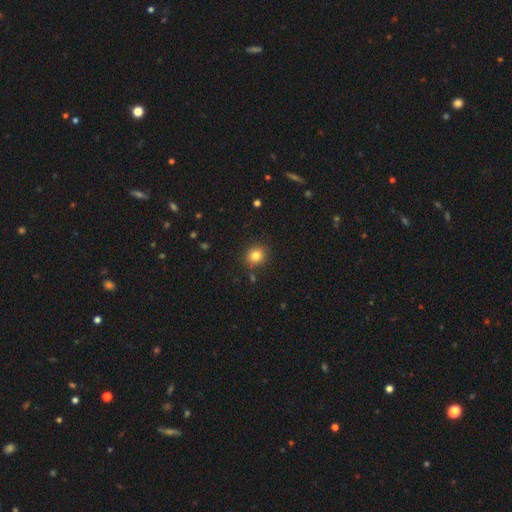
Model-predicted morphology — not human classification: A smooth galaxy with no disk features (81%) that is round (75%).

Vote fractions:
- Smooth or featured? smooth: 81% / star or artifact: 12% / featured or disk: 7%
- How rounded? round: 75% / in between: 24% / cigar-shaped: 1%
- Merging? none: 85% / minor disturbance: 10% / merger: 3% / major disturbance: 2%